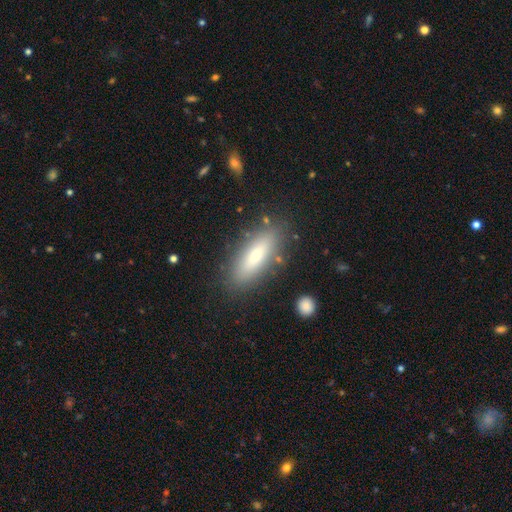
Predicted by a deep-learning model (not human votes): Smooth or featured: smooth — 73% (featured or disk — 20%)
How rounded: in between — 53% (cigar-shaped — 45%)
Merging: none — 83% (minor disturbance — 11%)